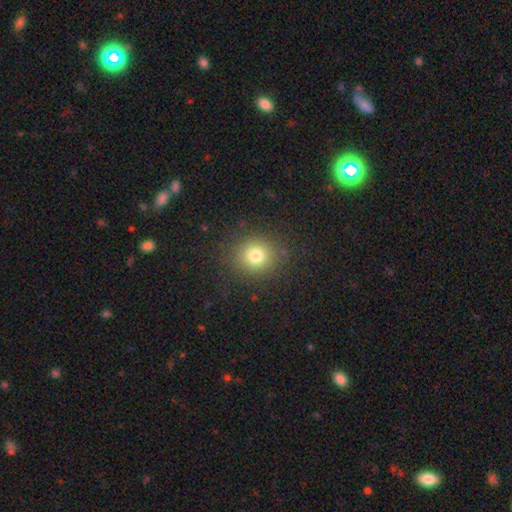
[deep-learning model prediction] Smooth or featured: smooth — 76% (star or artifact — 15%)
How rounded: round — 87% (in between — 12%)
Merging: none — 87% (minor disturbance — 8%)